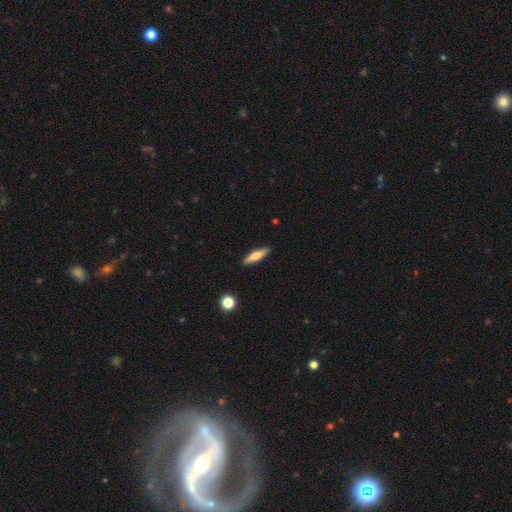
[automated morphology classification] This is likely a smooth galaxy (61%). How rounded: likely cigar-shaped (69%). Merging: clearly none (89%).